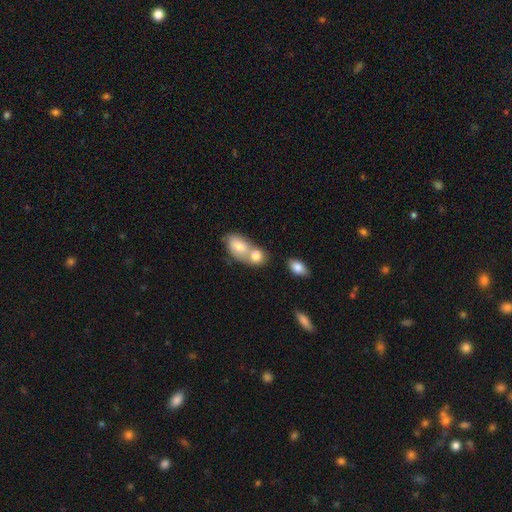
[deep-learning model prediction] Smooth or featured: smooth — 79% (featured or disk — 13%)
How rounded: in between — 70% (round — 28%)
Merging: merger — 62% (none — 27%)